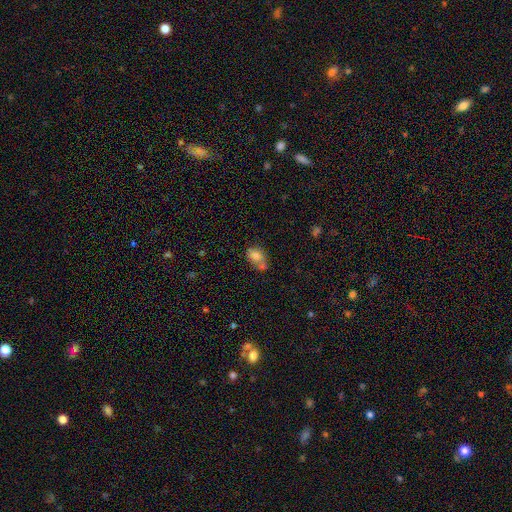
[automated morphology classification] The model was most divided on "merging" (2-way tie): none: 39%, merger: 39%, minor disturbance: 16%, major disturbance: 6%. More confident: smooth or featured — smooth (76%); how rounded — in between (69%).